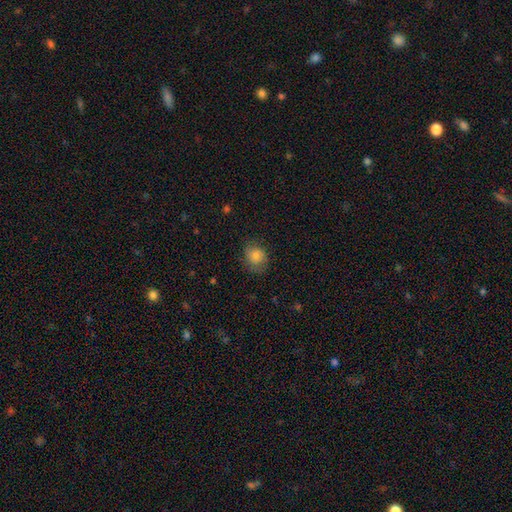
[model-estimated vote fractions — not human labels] Q: Smooth or featured?
A: smooth (78%); runner-up: featured or disk (13%)
Q: How rounded?
A: round (59%); runner-up: in between (40%)
Q: Merging?
A: none (70%); runner-up: minor disturbance (22%)